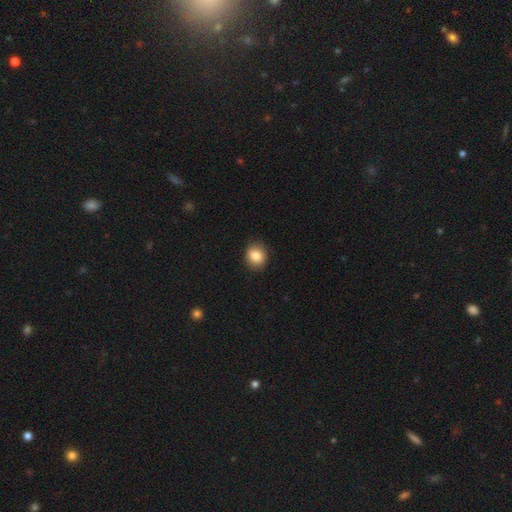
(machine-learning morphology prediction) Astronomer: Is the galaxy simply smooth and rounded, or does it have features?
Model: smooth — 85%.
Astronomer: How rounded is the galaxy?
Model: round — 68%.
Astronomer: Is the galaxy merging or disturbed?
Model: none — 89%.